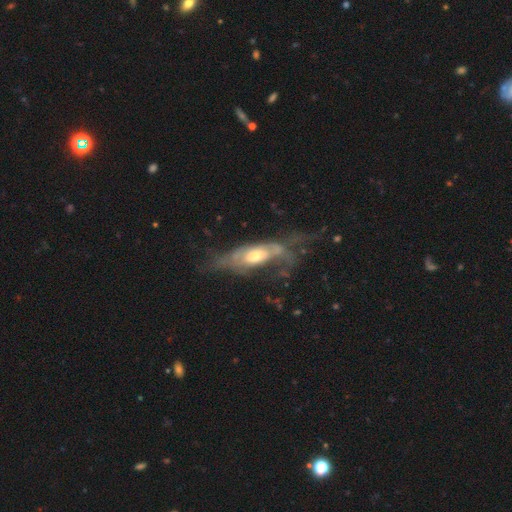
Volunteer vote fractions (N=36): This is likely a featured or disk galaxy (67%). It is likely not viewed edge-on (62%). Bar: likely no (67%). Spiral arm pattern: possibly yes (53%). Spiral arm count: likely can't tell (62%). Spiral winding: possibly medium (50%). Central bulge: likely moderate (73%). Merging: marginally none (41%).